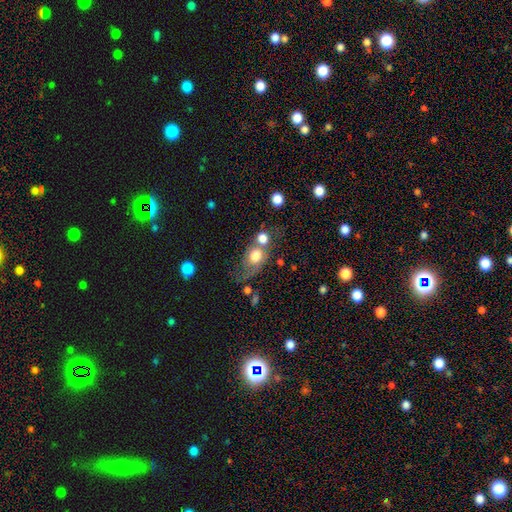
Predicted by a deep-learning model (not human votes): Smooth or featured? smooth (69%)
How rounded? in between (55%)
Merging? merger (37%)